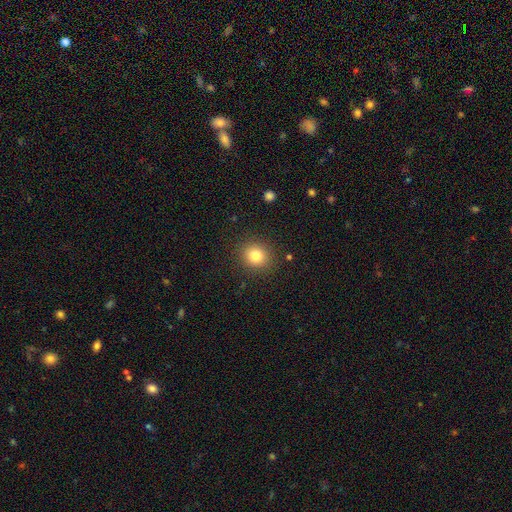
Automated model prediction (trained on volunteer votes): Smooth or featured: smooth — 81% (star or artifact — 12%)
How rounded: round — 85% (in between — 14%)
Merging: none — 89% (minor disturbance — 7%)